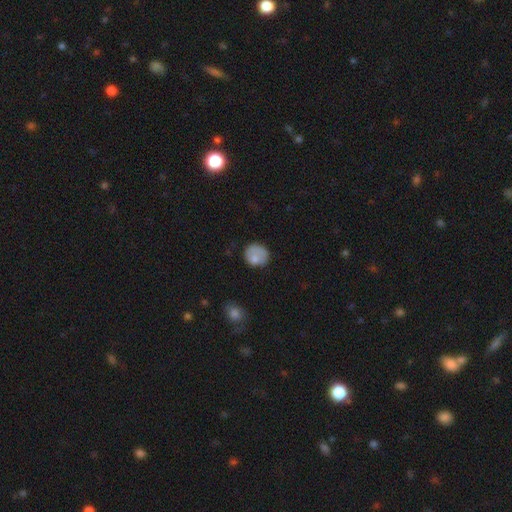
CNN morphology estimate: This is likely a smooth galaxy (77%). How rounded: likely round (75%). Merging: likely none (63%).